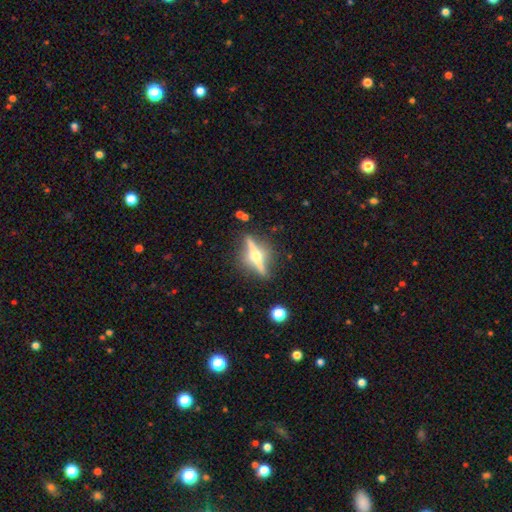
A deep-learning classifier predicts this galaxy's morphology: Smooth or featured? Predicted: featured or disk (p=0.80). Edge-on disk? Predicted: yes (p=0.96). Edge-on bulge? Predicted: rounded (p=0.96). Merging? Predicted: none (p=0.85).